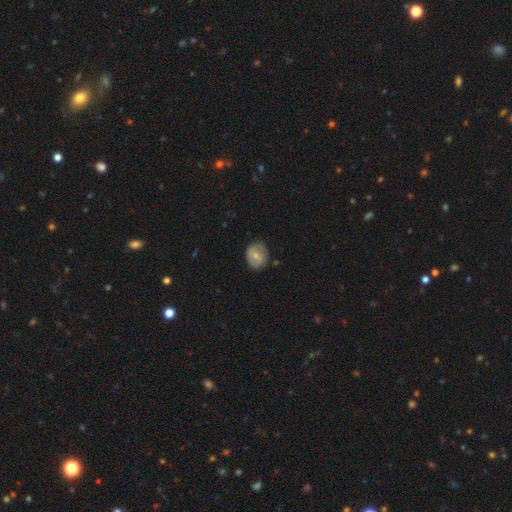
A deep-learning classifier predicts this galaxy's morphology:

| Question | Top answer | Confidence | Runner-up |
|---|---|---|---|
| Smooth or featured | smooth | 58% | featured or disk (34%) |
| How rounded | round | 62% | in between (37%) |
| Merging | none | 75% | minor disturbance (20%) |